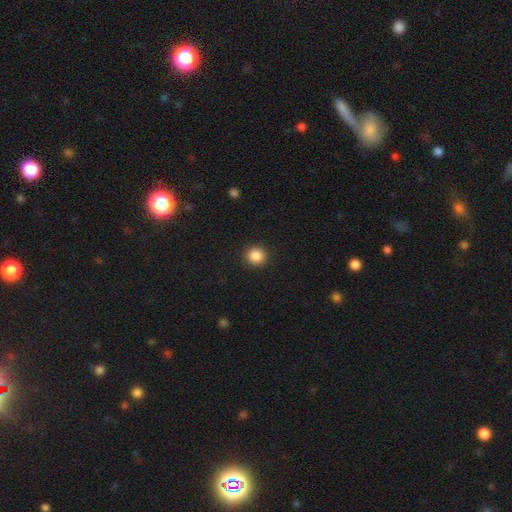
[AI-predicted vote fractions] This is clearly a smooth galaxy (87%). How rounded: clearly round (92%). Merging: clearly none (92%).